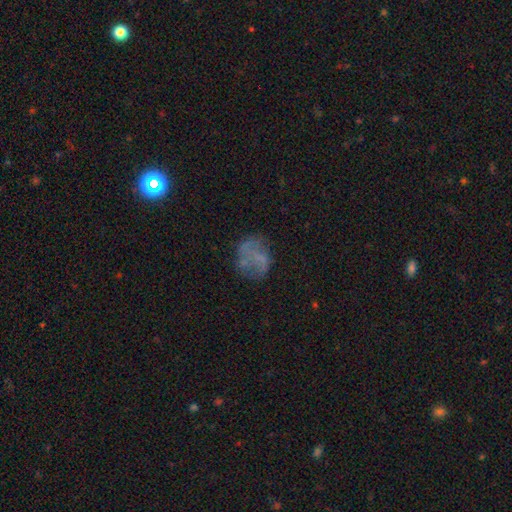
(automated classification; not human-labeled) A featured or disk galaxy (43%).

Vote fractions:
- Smooth or featured? featured or disk: 43% / smooth: 39% / star or artifact: 18%
- Merging? none: 55% / minor disturbance: 21% / major disturbance: 19% / merger: 5%